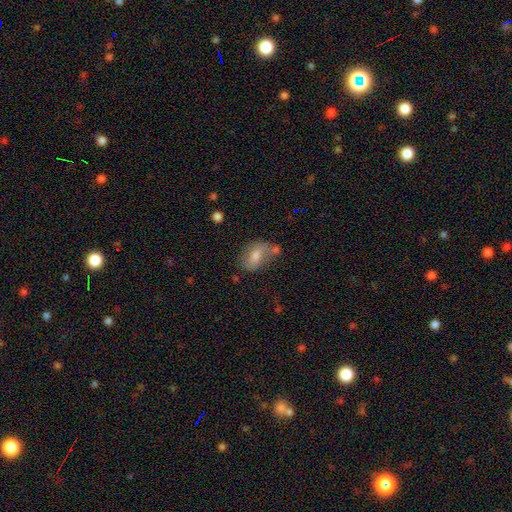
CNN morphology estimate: smooth_or_featured: smooth (p=0.63) [alt: featured or disk p=0.29]
how_rounded: in between (p=0.80) [alt: round p=0.17]
merging: none (p=0.48) [alt: minor disturbance p=0.24]